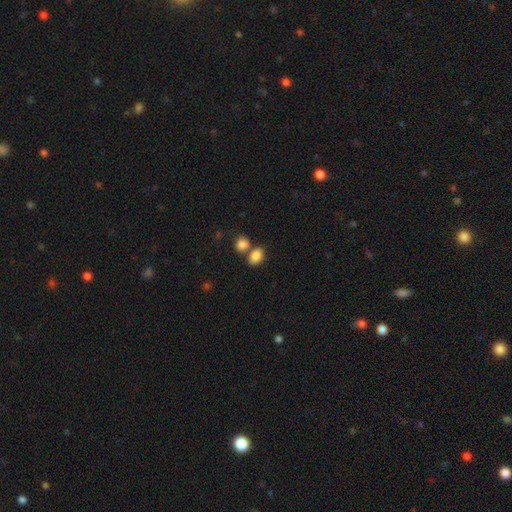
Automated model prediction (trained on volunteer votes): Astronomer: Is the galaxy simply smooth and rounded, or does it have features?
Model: smooth — 85%.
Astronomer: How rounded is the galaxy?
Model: in between — 73%.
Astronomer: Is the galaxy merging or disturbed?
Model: none — 50% (runner-up: merger, 35%).